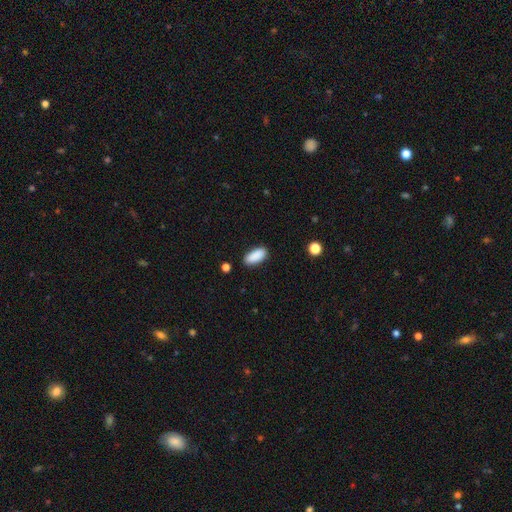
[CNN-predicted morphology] A smooth galaxy with no disk features (90%) that is in between round and cigar-shaped (86%). Merging: none (86%).